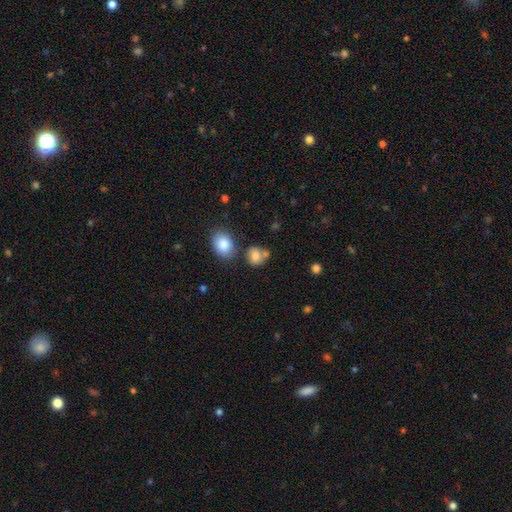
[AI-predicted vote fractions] Smooth or featured?
  - smooth: 79% *
  - featured or disk: 11%
  - star or artifact: 10%
How rounded?
  - round: 54% *
  - in between: 44%
  - cigar-shaped: 1%
Merging?
  - none: 50% *
  - merger: 26%
  - minor disturbance: 17%
  - major disturbance: 7%